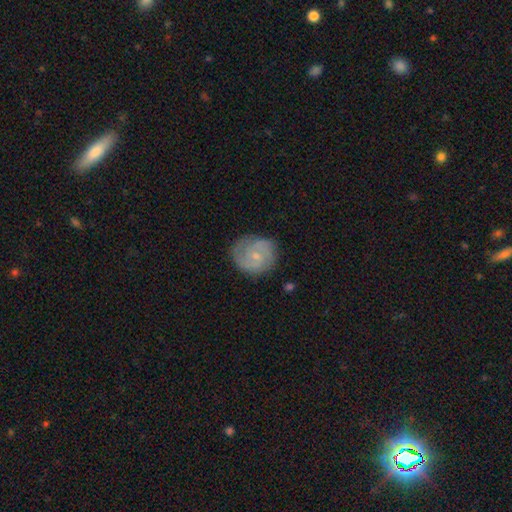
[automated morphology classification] Smooth or featured?
  - featured or disk: 69% *
  - smooth: 25%
  - star or artifact: 6%
Edge-on disk?
  - no: 98% *
  - yes: 2%
Bar?
  - no: 62% *
  - weak: 34%
  - strong: 5%
Spiral arms?
  - yes: 90% *
  - no: 10%
Spiral winding?
  - tight: 52% *
  - medium: 37%
  - loose: 11%
Spiral arm count?
  - 2: 60% *
  - can't tell: 20%
  - 3: 10%
  - 1: 5%
  - 4: 3%
  - more than 4: 3%
Bulge size?
  - small: 72% *
  - moderate: 21%
  - none: 5%
  - large: 1%
  - dominant: 1%
Merging?
  - none: 76% *
  - minor disturbance: 17%
  - major disturbance: 5%
  - merger: 1%